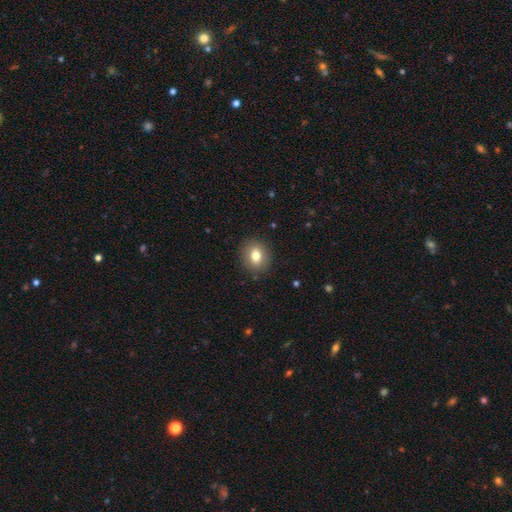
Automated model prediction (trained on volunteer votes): smooth 78%, featured or disk 12%, star or artifact 10%. Down the decision tree: how rounded — round (64%); merging — none (89%).